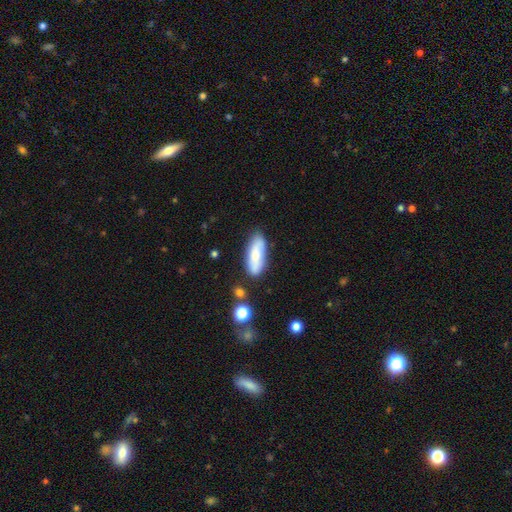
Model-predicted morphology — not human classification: Overall: smooth (64%; featured or disk 30%). How rounded: in between (67%; cigar-shaped 30%). Merging: none (77%).